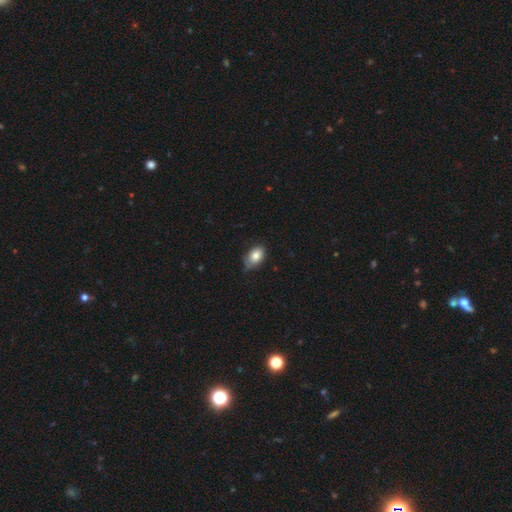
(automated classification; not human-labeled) Morphology: type=smooth (81%); roundness=in between (88%); merging=none (64%).